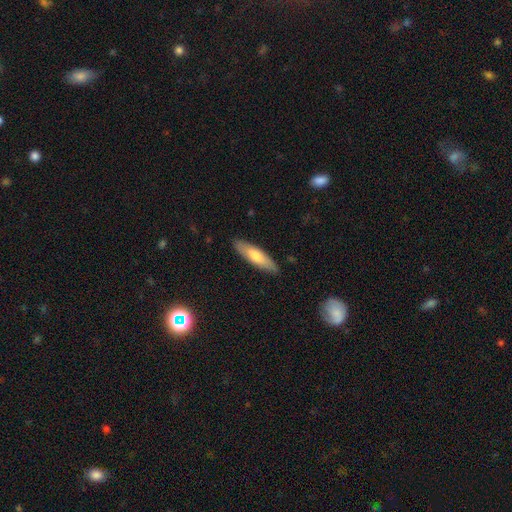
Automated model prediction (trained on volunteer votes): smooth 67%, featured or disk 28%, star or artifact 5%. Down the decision tree: how rounded — cigar-shaped (63%); merging — none (88%).